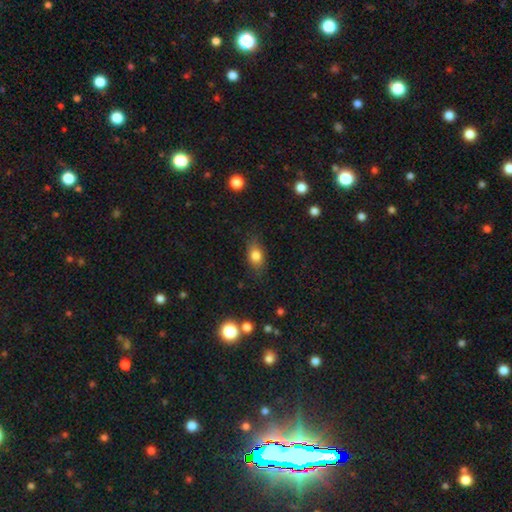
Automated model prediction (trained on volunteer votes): Morphology: type=smooth (81%); roundness=in between (78%); merging=none (79%).